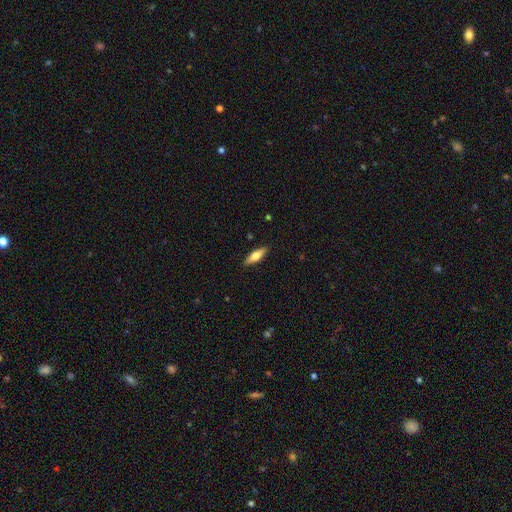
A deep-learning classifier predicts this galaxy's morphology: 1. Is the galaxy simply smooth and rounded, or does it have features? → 56% smooth, 38% featured or disk, 6% star or artifact.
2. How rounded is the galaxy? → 52% cigar-shaped, 46% in between, 2% round.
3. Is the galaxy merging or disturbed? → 89% none, 8% minor disturbance, 2% major disturbance, 1% merger.